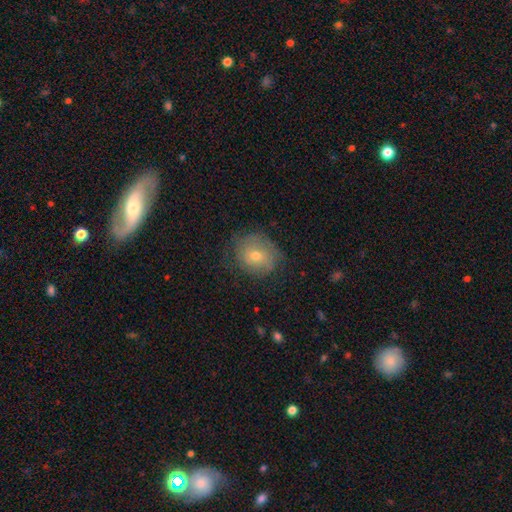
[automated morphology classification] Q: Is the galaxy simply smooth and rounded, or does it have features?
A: smooth — 54%.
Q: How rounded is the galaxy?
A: round — 75%.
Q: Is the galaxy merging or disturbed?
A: none — 66%.